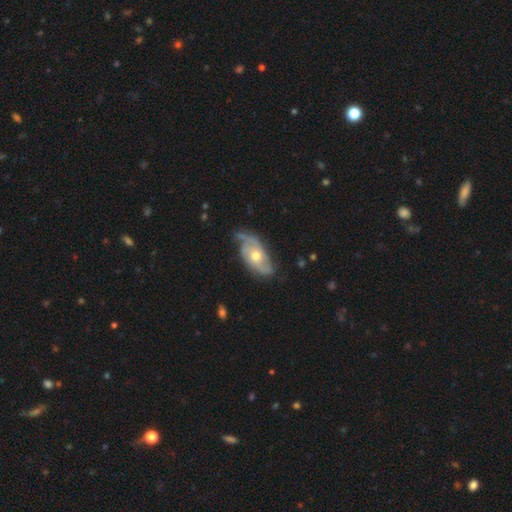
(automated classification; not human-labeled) This appears to be a featured or disk galaxy (79%) with no bar (71%), 2 (61%) medium (40%) spiral arms (91%) and a moderate central bulge (70%). Merging: none (59%).